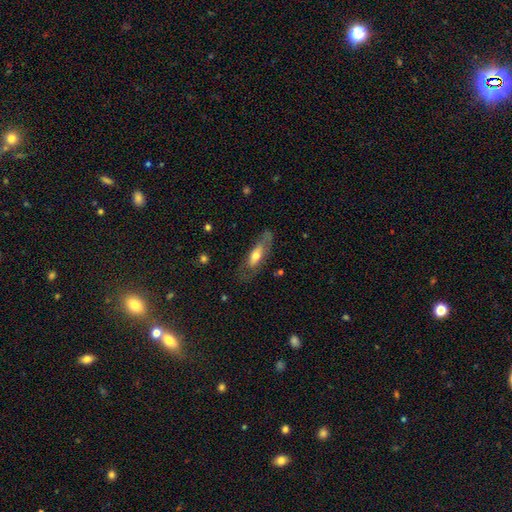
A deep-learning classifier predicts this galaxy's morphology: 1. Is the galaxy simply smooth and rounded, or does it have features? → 49% smooth, 45% featured or disk, 6% star or artifact.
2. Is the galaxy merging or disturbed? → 65% none, 22% minor disturbance, 11% major disturbance, 2% merger.